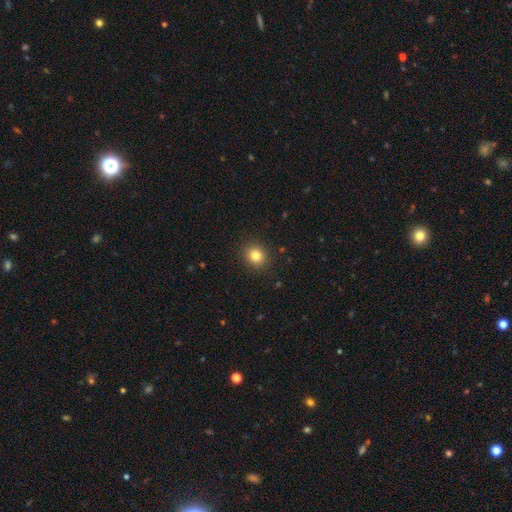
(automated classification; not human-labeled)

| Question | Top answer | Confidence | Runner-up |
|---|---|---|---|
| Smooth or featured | smooth | 81% | star or artifact (12%) |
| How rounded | round | 82% | in between (17%) |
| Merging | none | 90% | minor disturbance (7%) |